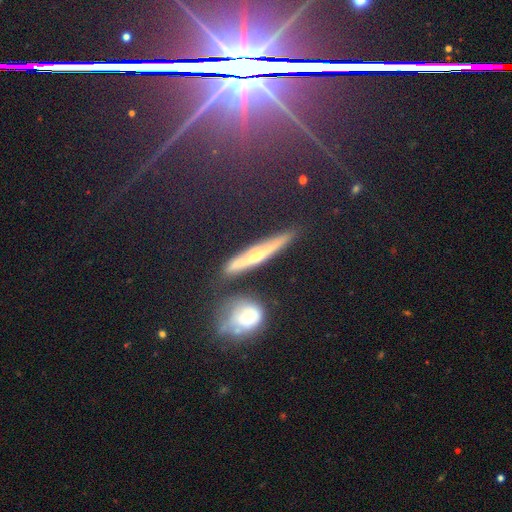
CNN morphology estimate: This is possibly a featured or disk galaxy (54%). It is clearly viewed edge-on (85%). Merging: likely none (77%).